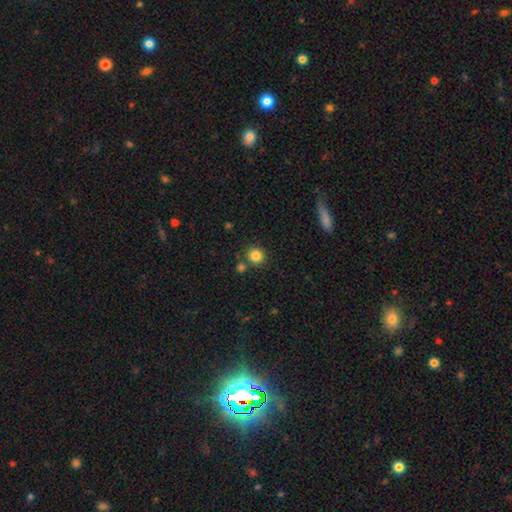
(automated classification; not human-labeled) Overall: smooth (84%). How rounded: round (91%). Merging: none (79%).